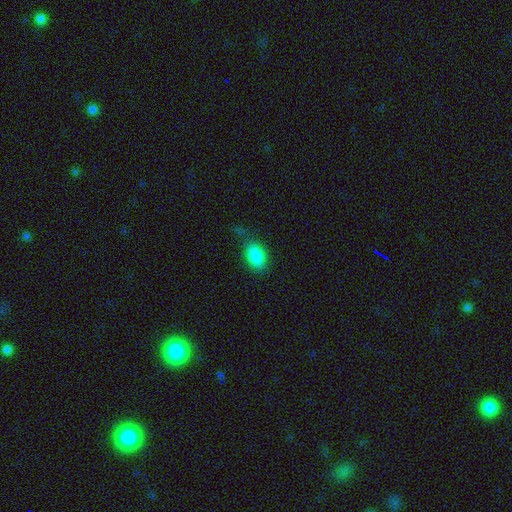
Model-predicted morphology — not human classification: This is clearly a smooth galaxy (87%). How rounded: clearly in between (85%). Merging: likely none (72%).